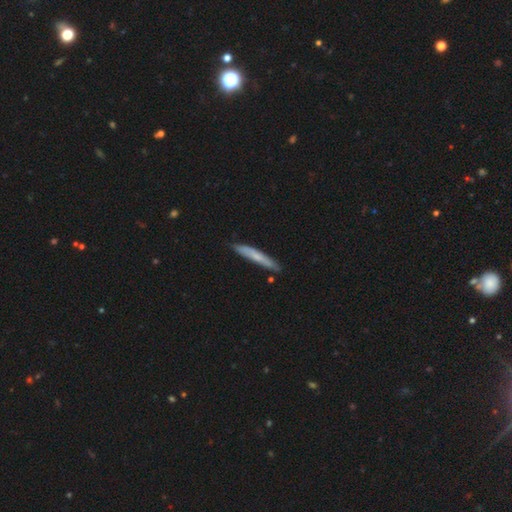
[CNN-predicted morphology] Smooth or featured: smooth — 65% (featured or disk — 29%)
How rounded: cigar-shaped — 95% (in between — 4%)
Merging: none — 83% (minor disturbance — 13%)